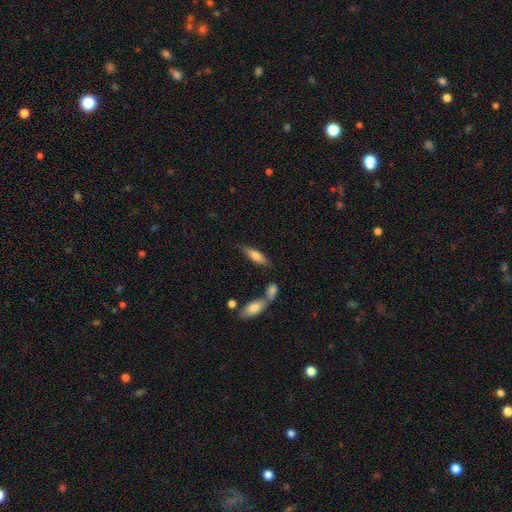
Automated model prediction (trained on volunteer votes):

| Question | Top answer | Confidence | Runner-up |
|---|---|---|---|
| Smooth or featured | smooth | 70% | featured or disk (24%) |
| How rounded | cigar-shaped | 52% | in between (46%) |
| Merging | none | 69% | minor disturbance (14%) |